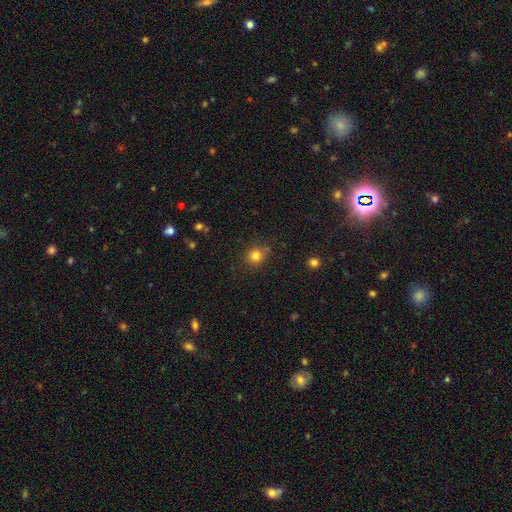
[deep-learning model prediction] Smooth or featured? Predicted: smooth (p=0.81). How rounded? Predicted: round (p=0.85). Merging? Predicted: none (p=0.80).